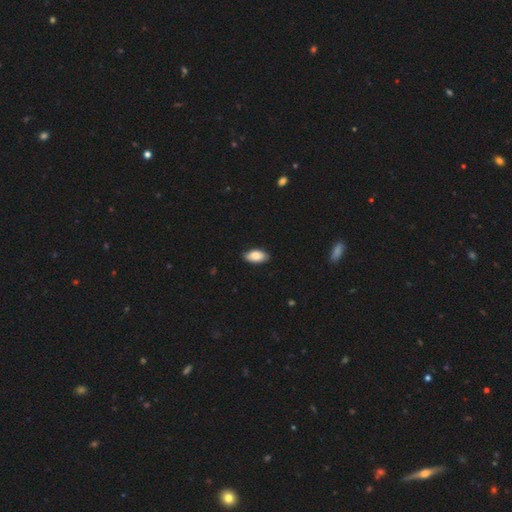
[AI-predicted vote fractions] Smooth or featured? Predicted: smooth (p=0.86). How rounded? Predicted: in between (p=0.94). Merging? Predicted: none (p=0.84).